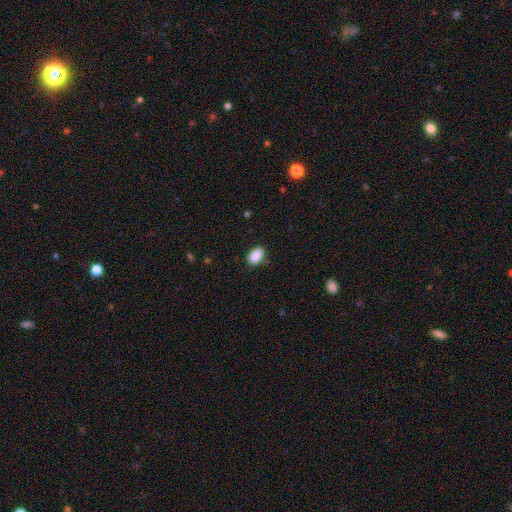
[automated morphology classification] Overall: smooth (90%). How rounded: in between (91%). Merging: none (87%).